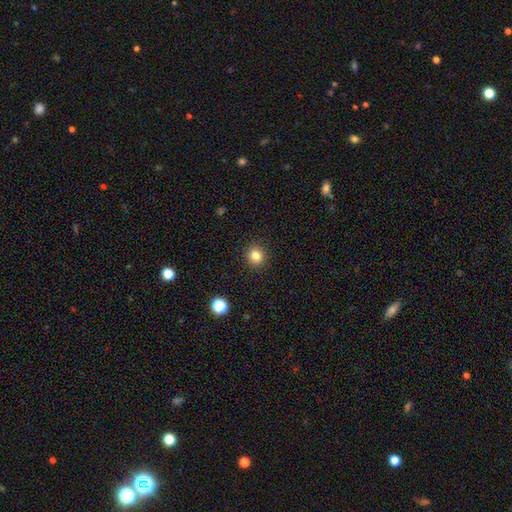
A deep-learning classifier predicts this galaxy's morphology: type=smooth (82%); roundness=round (86%); merging=none (91%).